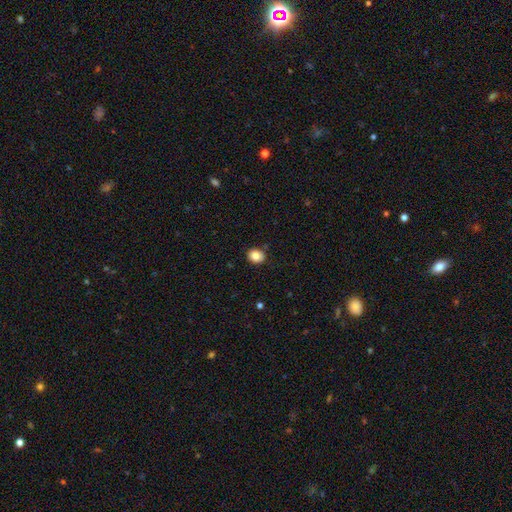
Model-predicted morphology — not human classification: This is clearly a smooth galaxy (83%). How rounded: likely round (63%). Merging: clearly none (88%).